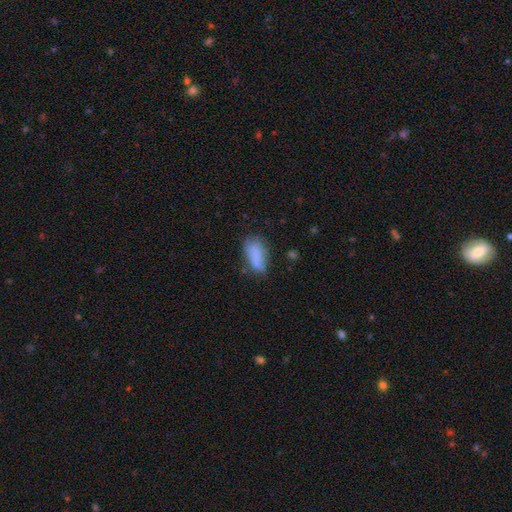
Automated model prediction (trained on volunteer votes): Q: Smooth or featured?
A: smooth (81%); runner-up: featured or disk (10%)
Q: How rounded?
A: in between (82%); runner-up: cigar-shaped (14%)
Q: Merging?
A: none (50%); runner-up: minor disturbance (32%)